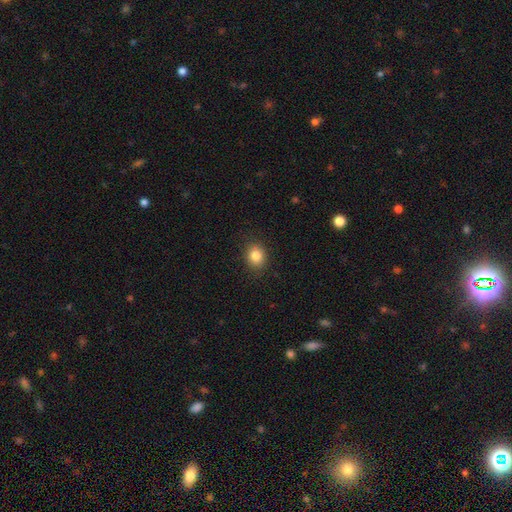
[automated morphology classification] smooth 84%, star or artifact 11%, featured or disk 6%. Down the decision tree: how rounded — round (69%); merging — none (87%).